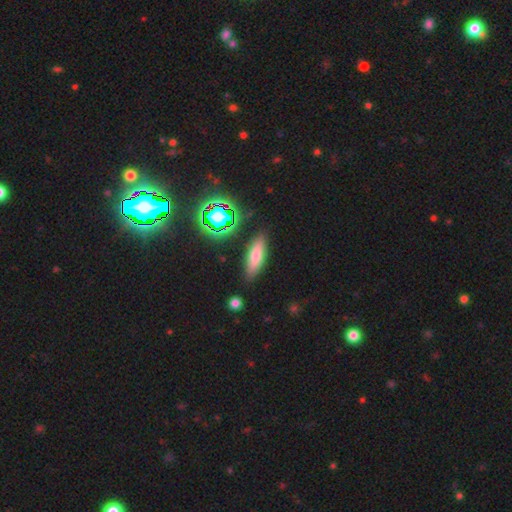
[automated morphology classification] A smooth galaxy with no disk features (68%) that is cigar-shaped (50%).

Vote fractions:
- Smooth or featured? smooth: 68% / featured or disk: 20% / star or artifact: 12%
- How rounded? cigar-shaped: 50% / in between: 47% / round: 3%
- Merging? none: 85% / minor disturbance: 11% / major disturbance: 2% / merger: 2%